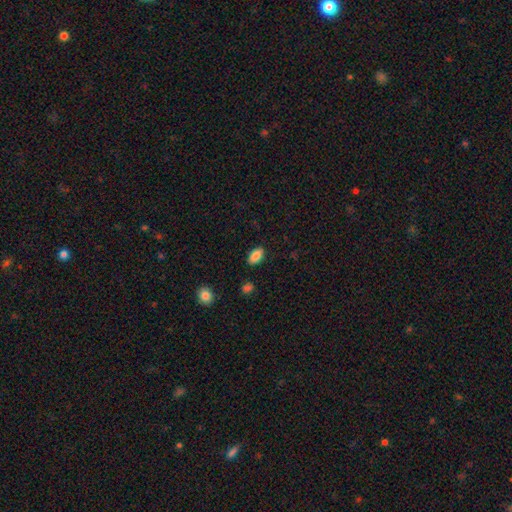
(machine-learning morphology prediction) Q: Smooth or featured?
A: smooth (86%); runner-up: star or artifact (8%)
Q: How rounded?
A: in between (92%); runner-up: round (5%)
Q: Merging?
A: none (87%); runner-up: minor disturbance (9%)